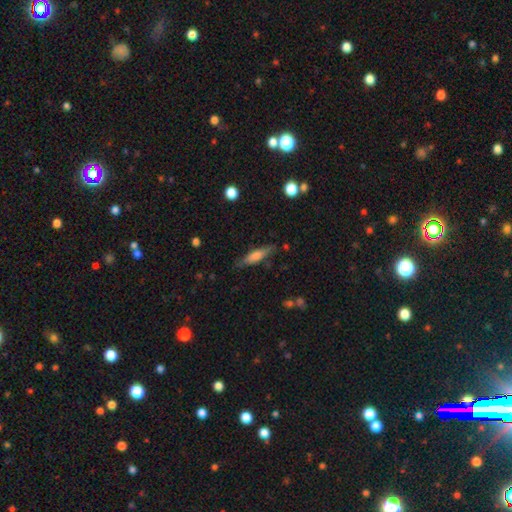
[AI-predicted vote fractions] A smooth galaxy with no disk features (54%) that is cigar-shaped (75%).

Vote fractions:
- Smooth or featured? smooth: 54% / featured or disk: 39% / star or artifact: 7%
- How rounded? cigar-shaped: 75% / in between: 23% / round: 2%
- Merging? none: 81% / minor disturbance: 14% / major disturbance: 3% / merger: 2%